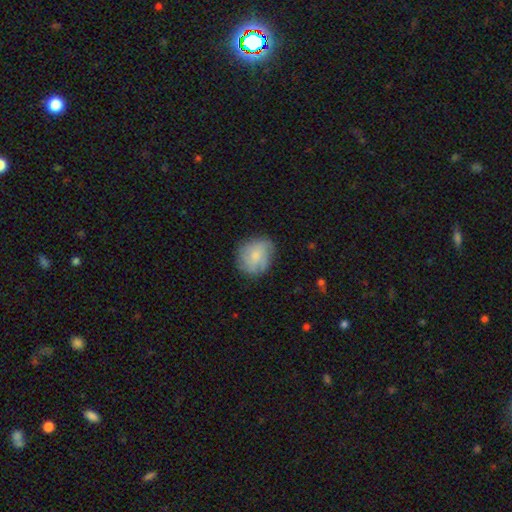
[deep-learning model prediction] A smooth galaxy with no disk features (57%) that is round (64%).

Vote fractions:
- Smooth or featured? smooth: 57% / featured or disk: 35% / star or artifact: 9%
- How rounded? round: 64% / in between: 34% / cigar-shaped: 1%
- Merging? none: 71% / minor disturbance: 21% / major disturbance: 7% / merger: 1%